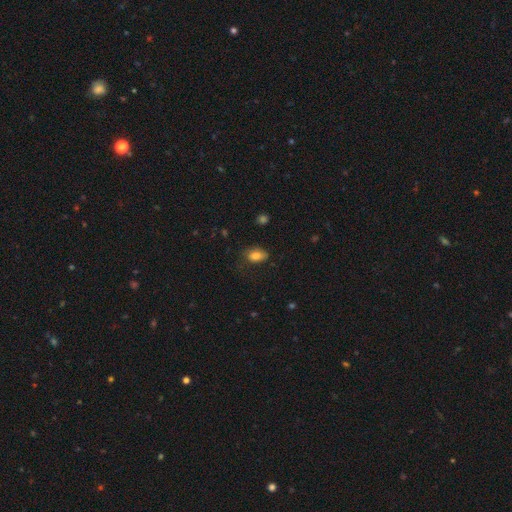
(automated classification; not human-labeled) This is clearly a smooth galaxy (82%). How rounded: clearly in between (87%). Merging: likely none (63%).